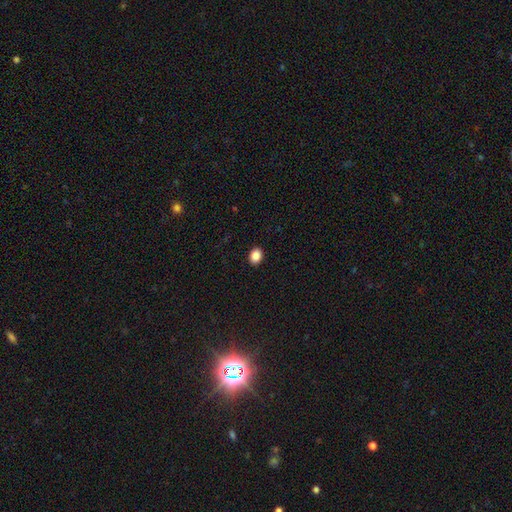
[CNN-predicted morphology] Smooth or featured: smooth — 88% (star or artifact — 9%)
How rounded: in between — 59% (round — 40%)
Merging: none — 91% (minor disturbance — 6%)